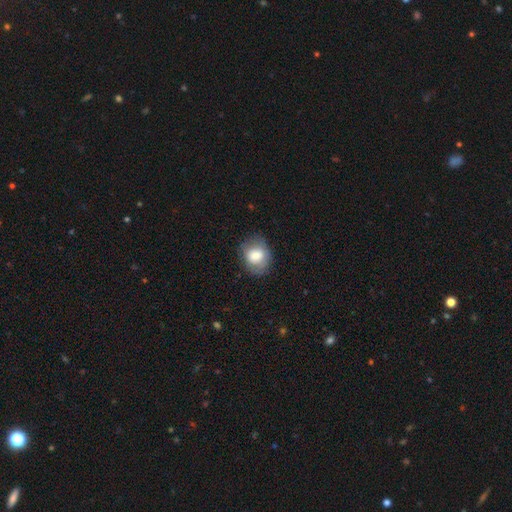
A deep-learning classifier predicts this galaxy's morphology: Smooth or featured? smooth (71%)
How rounded? round (53%)
Merging? none (69%)